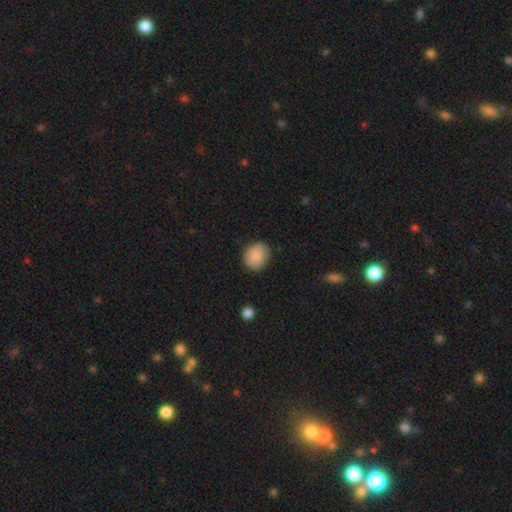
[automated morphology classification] Smooth or featured: smooth — 88% (star or artifact — 7%)
How rounded: round — 65% (in between — 34%)
Merging: none — 84% (minor disturbance — 12%)